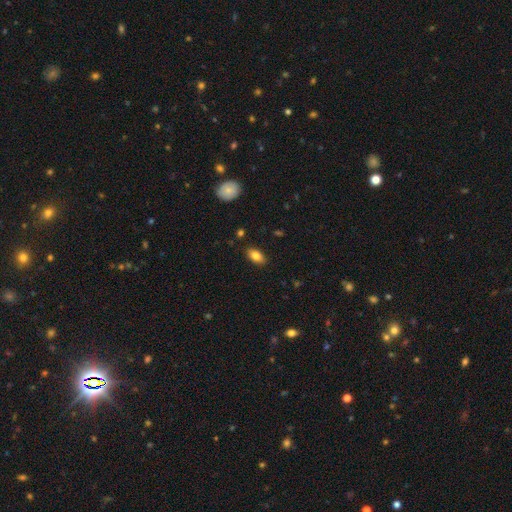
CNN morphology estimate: type=smooth (80%); roundness=in between (90%); merging=none (87%).